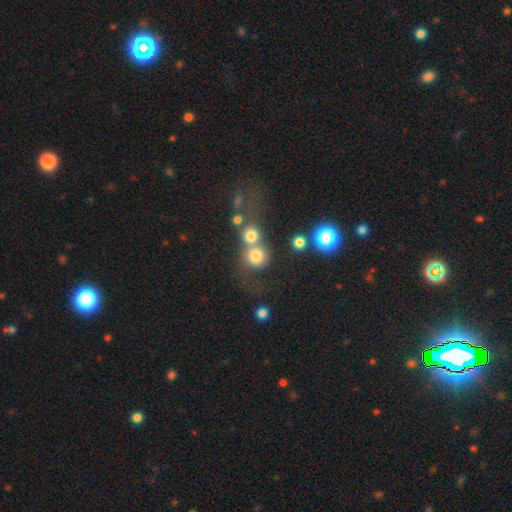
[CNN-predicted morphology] smooth_or_featured: smooth (p=0.75) [alt: star or artifact p=0.13]
how_rounded: round (p=0.87) [alt: in between p=0.12]
merging: merger (p=0.50) [alt: none p=0.35]